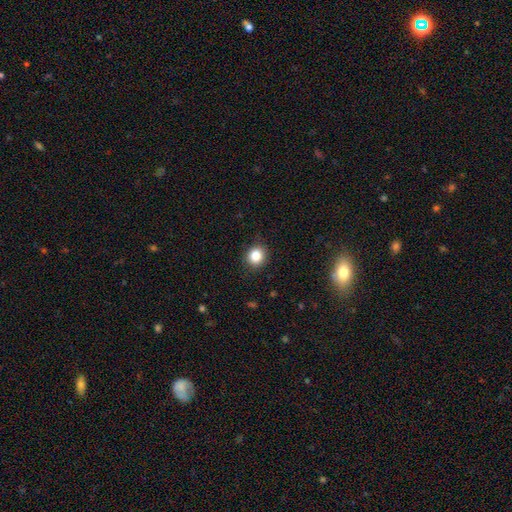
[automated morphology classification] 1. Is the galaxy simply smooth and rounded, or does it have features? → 84% smooth, 11% star or artifact, 5% featured or disk.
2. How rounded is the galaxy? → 80% round, 19% in between, 1% cigar-shaped.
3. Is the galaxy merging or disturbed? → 87% none, 9% minor disturbance, 3% major disturbance, 1% merger.